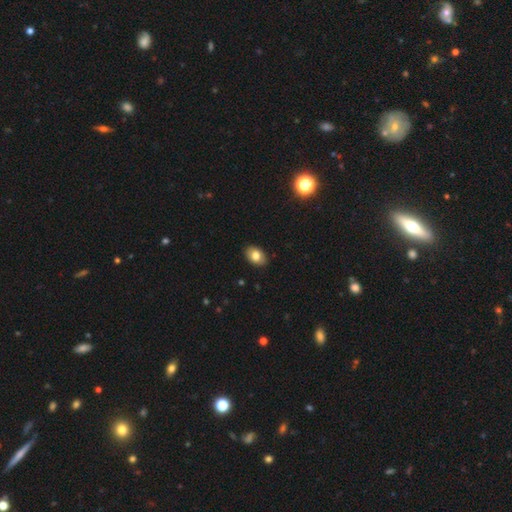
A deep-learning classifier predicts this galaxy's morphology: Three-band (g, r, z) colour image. It shows a smooth galaxy with no disk features (80%) that is in between round and cigar-shaped (84%). Merging: none (89%).